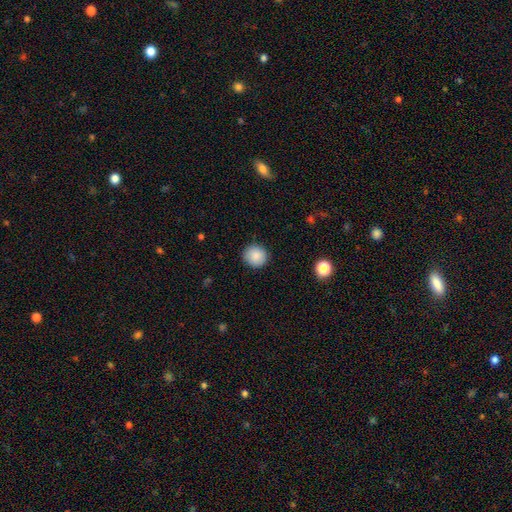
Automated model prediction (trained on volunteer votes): Smooth or featured? Predicted: smooth (p=0.87). How rounded? Predicted: round (p=0.91). Merging? Predicted: none (p=0.90).